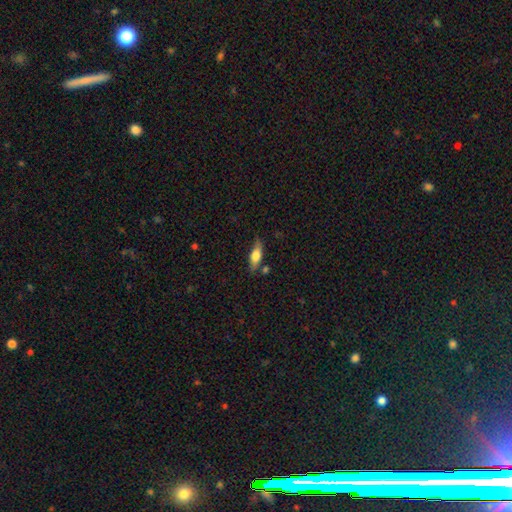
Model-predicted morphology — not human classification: type=smooth (64%); roundness=in between (59%); merging=none (76%).